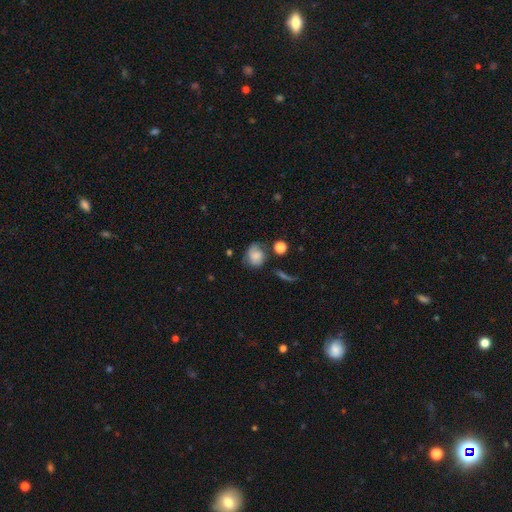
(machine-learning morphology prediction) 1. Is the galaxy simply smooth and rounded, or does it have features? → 65% smooth, 25% featured or disk, 10% star or artifact.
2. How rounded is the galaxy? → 67% round, 32% in between, 1% cigar-shaped.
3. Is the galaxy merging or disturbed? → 51% none, 29% minor disturbance, 13% major disturbance, 7% merger.